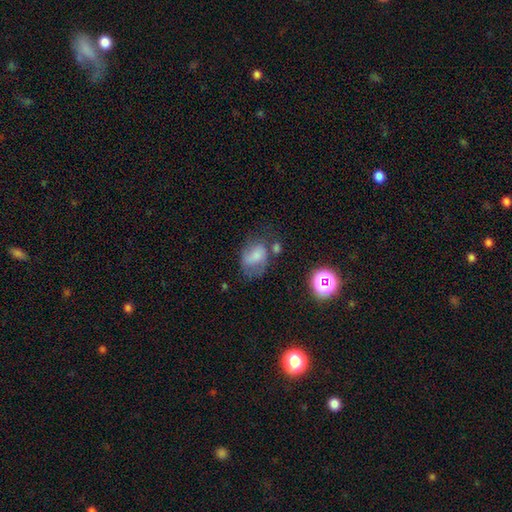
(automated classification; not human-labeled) Q: Smooth or featured?
A: smooth (59%); runner-up: featured or disk (28%)
Q: How rounded?
A: in between (73%); runner-up: round (26%)
Q: Merging?
A: none (35%); runner-up: minor disturbance (28%)